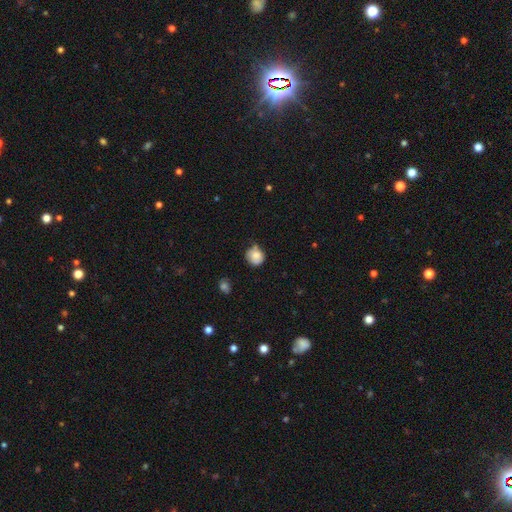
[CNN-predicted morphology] The model was most divided on "merging": none: 57%, minor disturbance: 32%, major disturbance: 7%, merger: 4%. More confident: how rounded — round (83%); smooth or featured — smooth (78%).